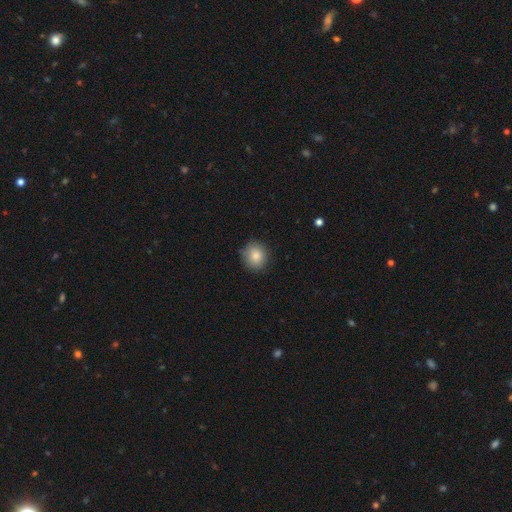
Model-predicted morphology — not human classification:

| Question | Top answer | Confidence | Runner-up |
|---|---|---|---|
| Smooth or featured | smooth | 84% | star or artifact (9%) |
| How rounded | round | 84% | in between (15%) |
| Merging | none | 86% | minor disturbance (11%) |